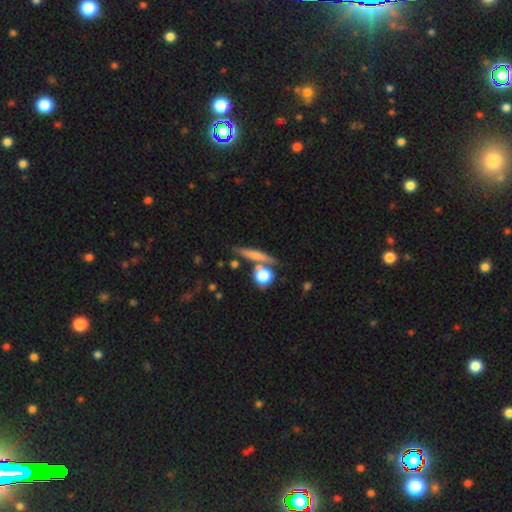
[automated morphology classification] Smooth or featured? Predicted: smooth (p=0.61). How rounded? Predicted: cigar-shaped (p=0.66). Merging? Predicted: none (p=0.70).